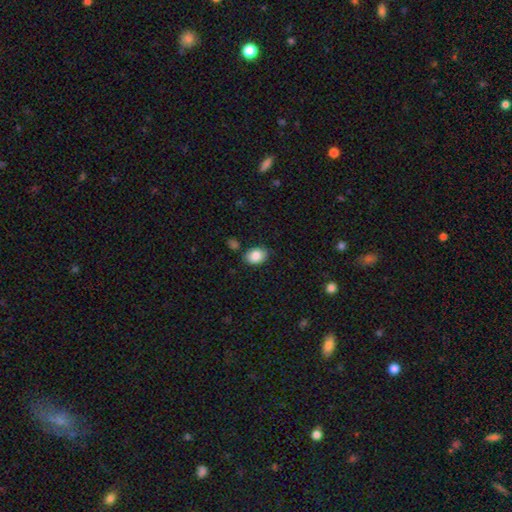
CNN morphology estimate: This is clearly a smooth galaxy (86%). How rounded: likely in between (75%). Merging: likely none (78%).